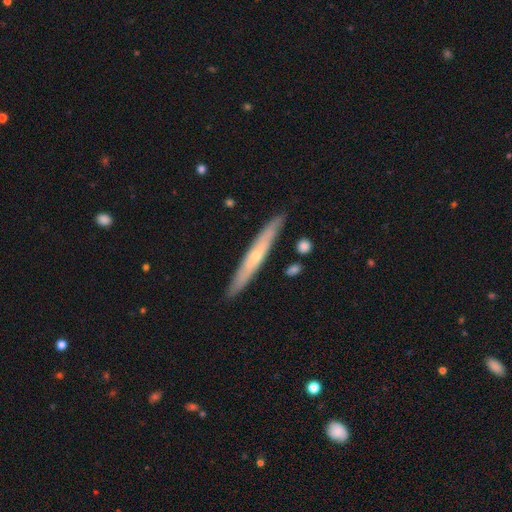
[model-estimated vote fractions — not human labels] smooth-or-featured: featured or disk: 60% | smooth: 34% | star or artifact: 6%
  disk-edge-on: yes: 87% | no: 13%
    edge-on-bulge: rounded: 57% | none: 41% | boxy: 2%
  merging: none: 87% | minor disturbance: 9% | merger: 2% | major disturbance: 2%